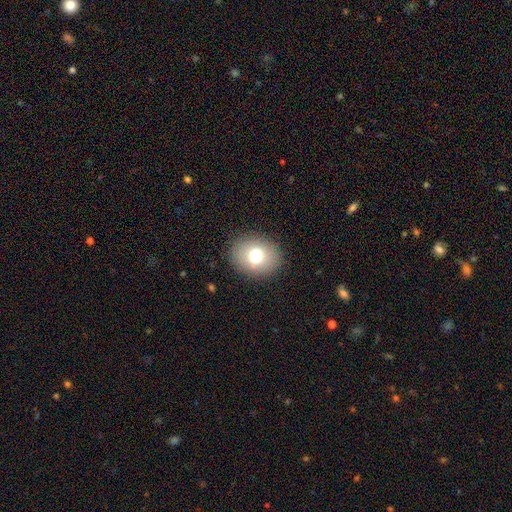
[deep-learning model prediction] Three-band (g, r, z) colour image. It shows a smooth galaxy with no disk features (74%) that is round (51%). Merging: none (88%).